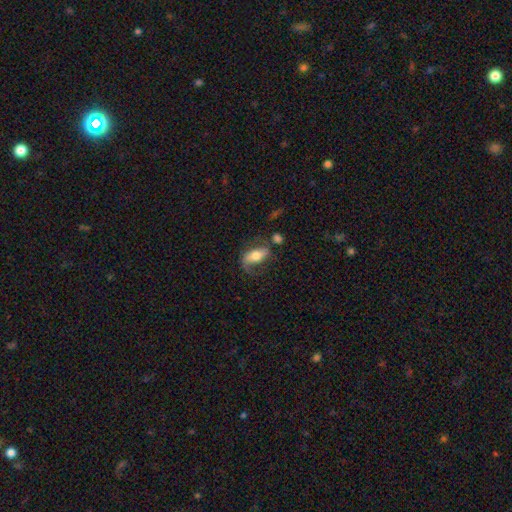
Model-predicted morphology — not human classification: The model was most divided on "smooth or featured": smooth: 47%, featured or disk: 45%, star or artifact: 8%. Remaining: merging — none (49%).